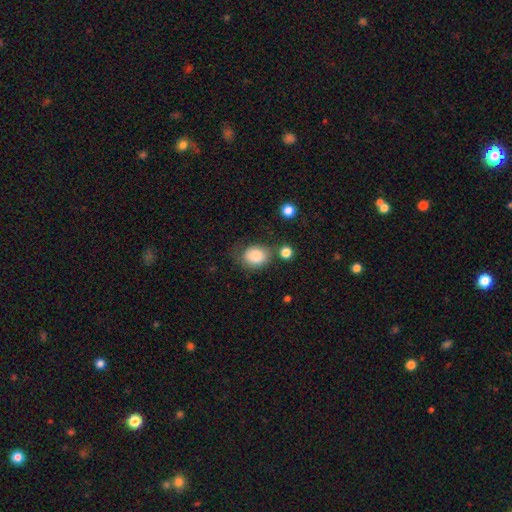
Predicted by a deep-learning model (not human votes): smooth 83%, star or artifact 8%, featured or disk 8%. Down the decision tree: how rounded — round (53%); merging — none (59%).